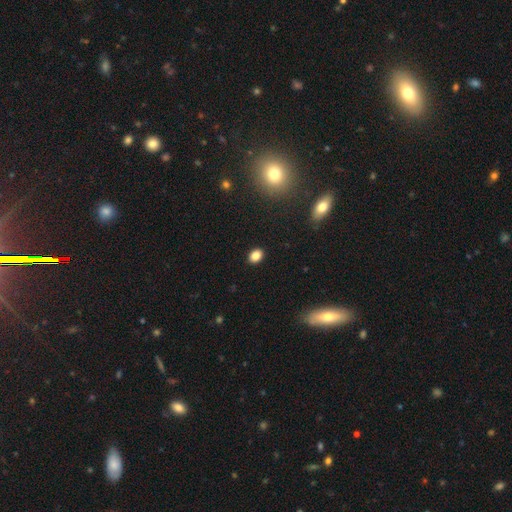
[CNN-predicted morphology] Q: Smooth or featured?
A: smooth (85%); runner-up: star or artifact (11%)
Q: How rounded?
A: in between (65%); runner-up: round (34%)
Q: Merging?
A: none (90%); runner-up: minor disturbance (7%)